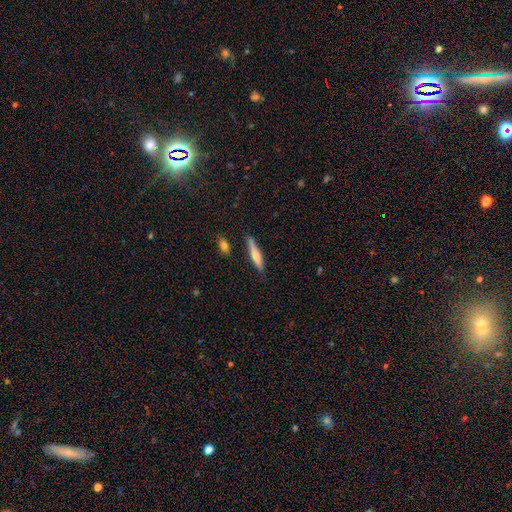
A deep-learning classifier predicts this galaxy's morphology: smooth 56%, featured or disk 38%, star or artifact 6%. Down the decision tree: how rounded — cigar-shaped (86%); merging — none (81%).